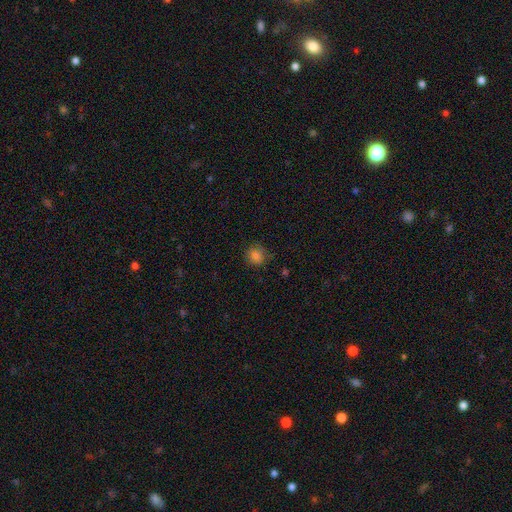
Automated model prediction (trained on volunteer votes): Morphology: type=smooth (82%); roundness=round (88%); merging=none (81%).